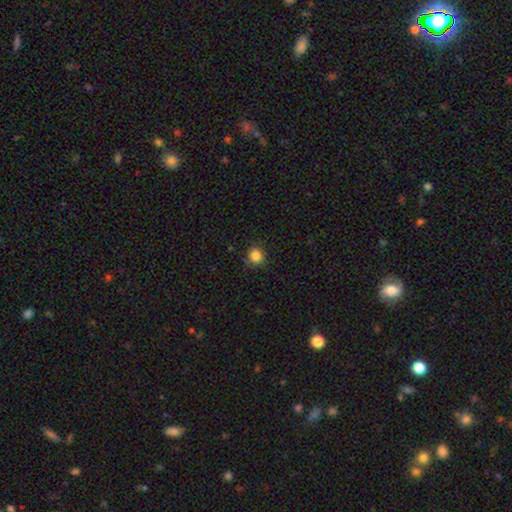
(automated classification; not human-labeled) The model was most divided on "smooth or featured": smooth: 85%, star or artifact: 11%, featured or disk: 4%. More confident: merging — none (87%); how rounded — round (87%).